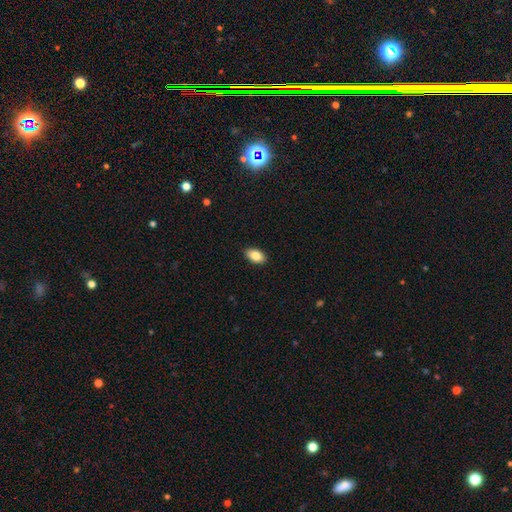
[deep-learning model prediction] A smooth galaxy with no disk features (84%) that is in between round and cigar-shaped (92%).

Vote fractions:
- Smooth or featured? smooth: 84% / featured or disk: 8% / star or artifact: 8%
- How rounded? in between: 92% / round: 6% / cigar-shaped: 2%
- Merging? none: 88% / minor disturbance: 9% / major disturbance: 2% / merger: 1%